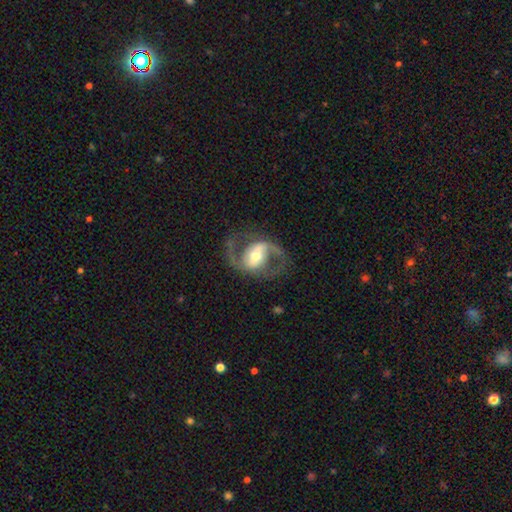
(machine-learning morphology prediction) A featured or disk galaxy (86%) with a strong bar (40%), 2 (91%) medium (55%) spiral arms (91%) and a moderate central bulge (61%).

Vote fractions:
- Smooth or featured? featured or disk: 86% / smooth: 9% / star or artifact: 5%
- Edge-on disk? no: 97% / yes: 3%
- Bar? strong: 40% / weak: 37% / no: 23%
- Spiral arms? yes: 91% / no: 9%
- Spiral winding? medium: 55% / loose: 33% / tight: 13%
- Spiral arm count? 2: 91% / can't tell: 3% / 1: 3% / 3: 1% / 4: 1% / more than 4: 1%
- Bulge size? moderate: 61% / small: 25% / large: 11% / dominant: 1% / none: 1%
- Merging? none: 74% / minor disturbance: 13% / major disturbance: 12% / merger: 1%